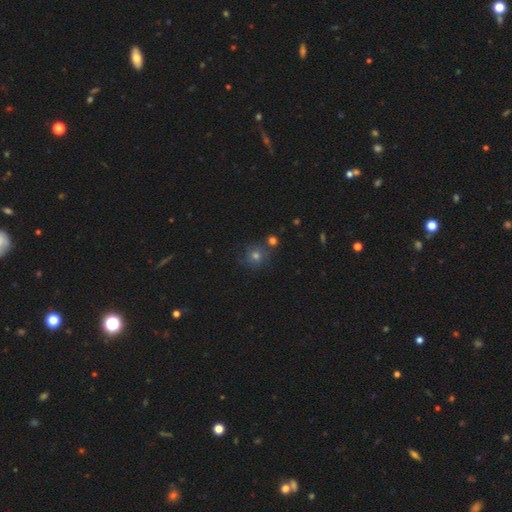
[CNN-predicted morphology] The model was most divided on "smooth or featured": smooth: 58%, star or artifact: 24%, featured or disk: 19%. More confident: how rounded — round (87%); merging — none (72%).